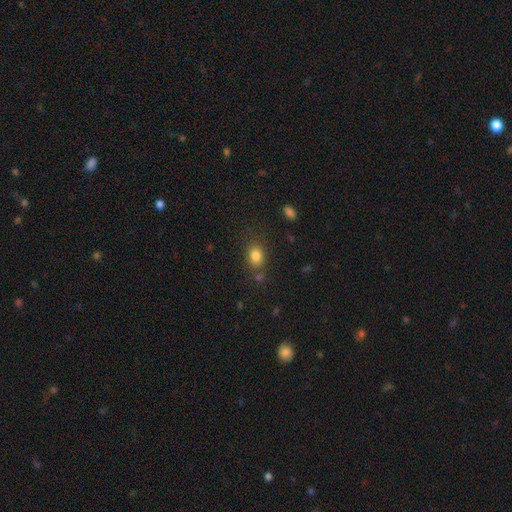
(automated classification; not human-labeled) Smooth or featured? smooth (83%)
How rounded? in between (67%)
Merging? none (72%)